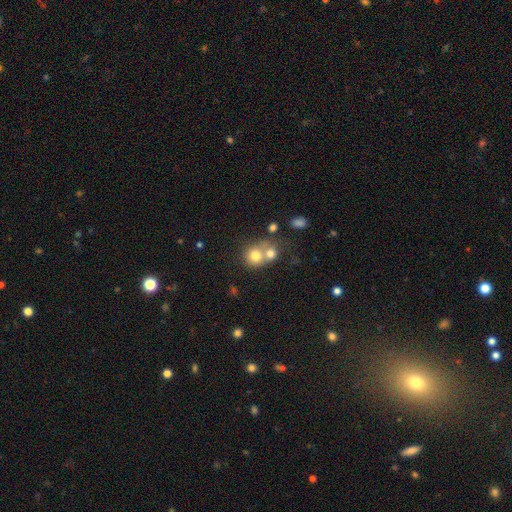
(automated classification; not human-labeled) Q: Smooth or featured?
A: smooth (74%); runner-up: featured or disk (15%)
Q: How rounded?
A: round (79%); runner-up: in between (20%)
Q: Merging?
A: merger (58%); runner-up: none (32%)